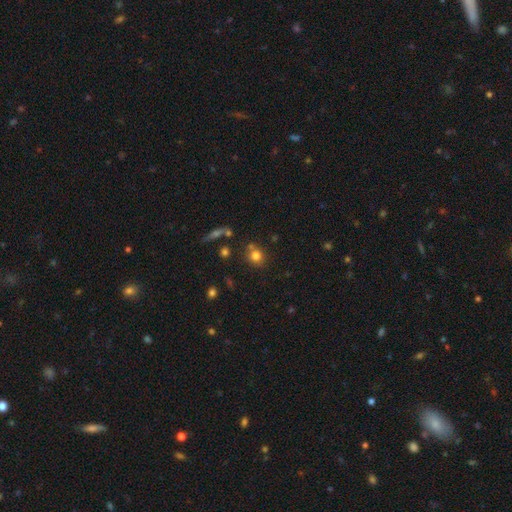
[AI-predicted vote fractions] Q: Smooth or featured?
A: smooth (77%); runner-up: star or artifact (14%)
Q: How rounded?
A: round (87%); runner-up: in between (12%)
Q: Merging?
A: none (73%); runner-up: merger (14%)